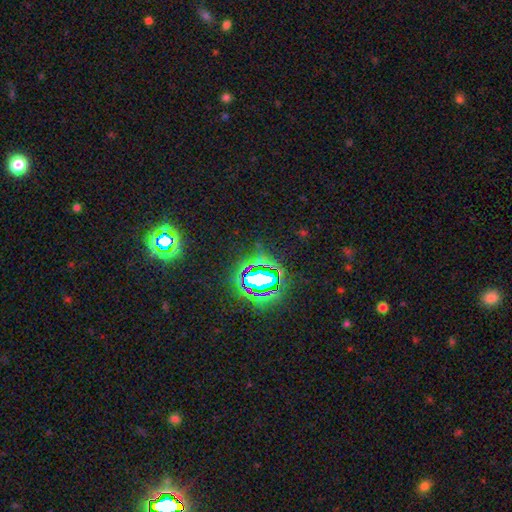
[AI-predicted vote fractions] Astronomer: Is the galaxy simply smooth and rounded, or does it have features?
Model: star or artifact — 78%.